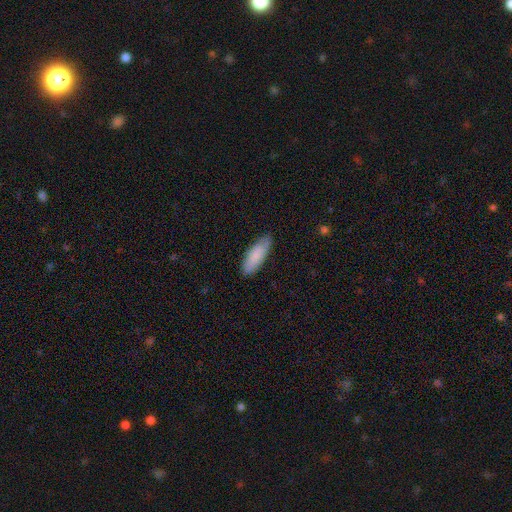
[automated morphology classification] Overall: smooth (85%). How rounded: in between (58%; cigar-shaped 41%). Merging: none (82%).